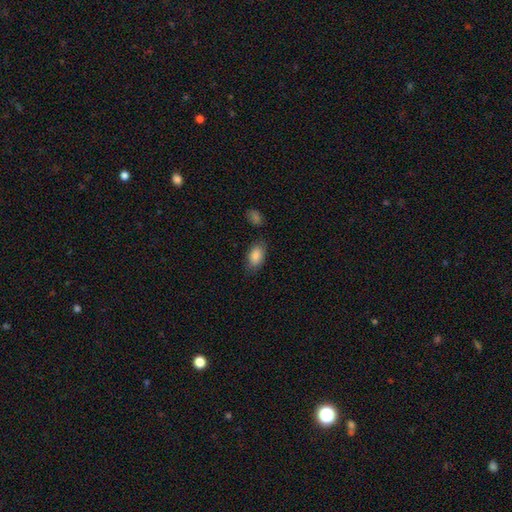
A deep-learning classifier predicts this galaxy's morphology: type=smooth (86%); roundness=in between (91%); merging=none (73%).